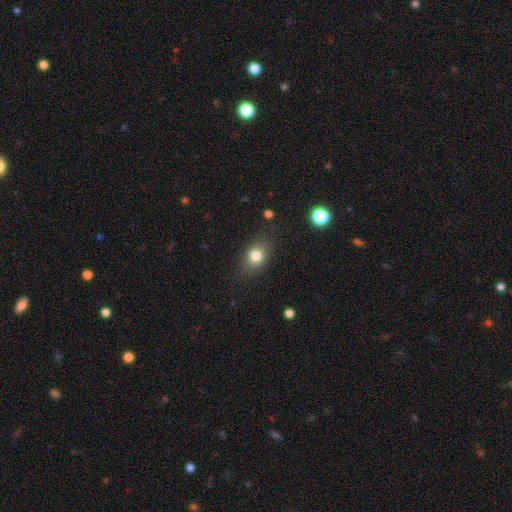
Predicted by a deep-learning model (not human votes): Q: Smooth or featured?
A: smooth (79%); runner-up: star or artifact (11%)
Q: How rounded?
A: in between (63%); runner-up: round (35%)
Q: Merging?
A: none (81%); runner-up: minor disturbance (13%)